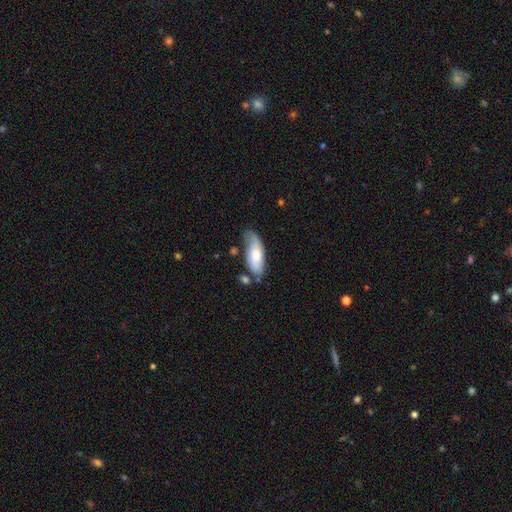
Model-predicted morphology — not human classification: The model was most divided on "merging": none: 52%, minor disturbance: 30%, major disturbance: 9%, merger: 9%. More confident: how rounded — in between (77%); smooth or featured — smooth (66%).